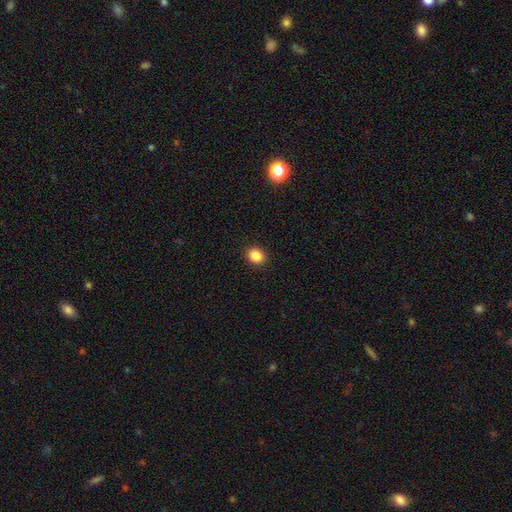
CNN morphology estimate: This is clearly a smooth galaxy (86%). How rounded: possibly round (60%). Merging: clearly none (92%).